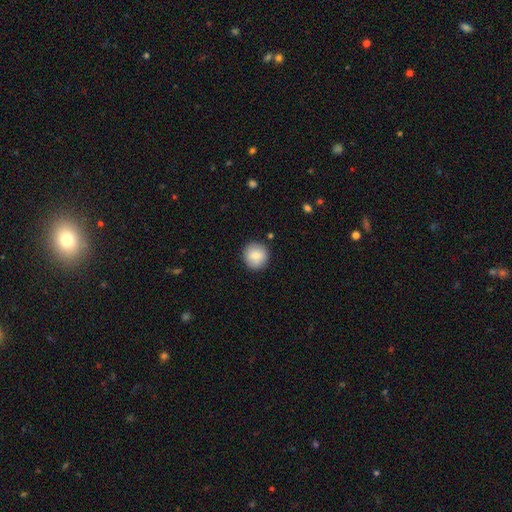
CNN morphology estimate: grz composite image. It shows a smooth galaxy with no disk features (83%) that is round (93%). Merging: none (88%).